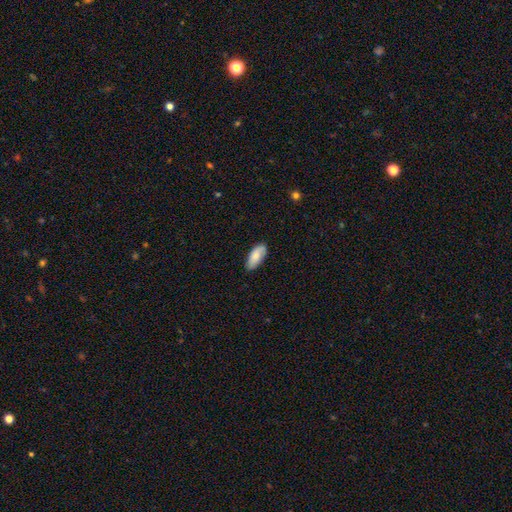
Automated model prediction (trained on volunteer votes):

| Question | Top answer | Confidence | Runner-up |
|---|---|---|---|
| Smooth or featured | smooth | 78% | featured or disk (16%) |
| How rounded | in between | 87% | cigar-shaped (11%) |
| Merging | none | 80% | minor disturbance (16%) |